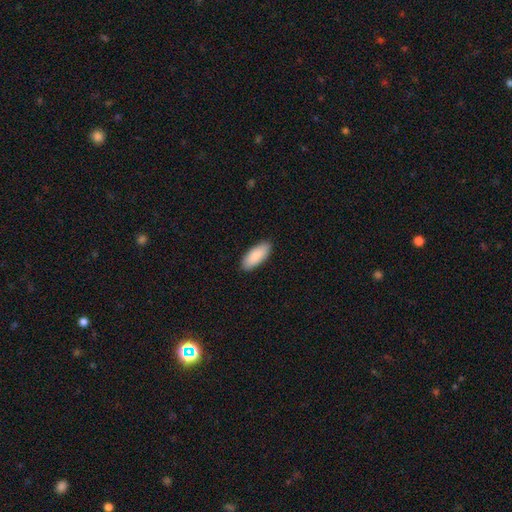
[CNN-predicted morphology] A smooth galaxy with no disk features (88%) that is in between round and cigar-shaped (84%). Merging: none (89%).